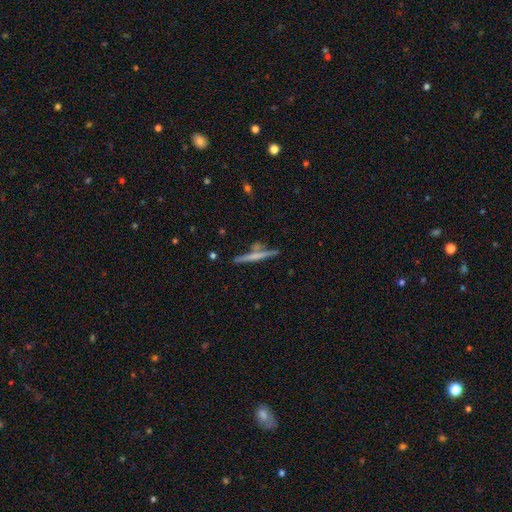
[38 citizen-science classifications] This is likely a featured or disk galaxy (61%). It is clearly viewed edge-on (100%). Edge-on bulge: possibly none (48%). Merging: clearly none (91%).